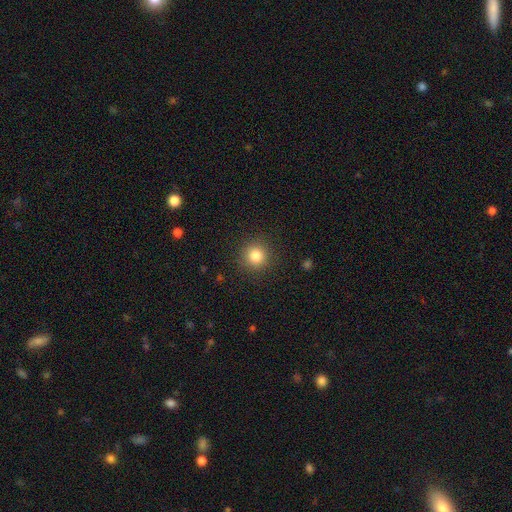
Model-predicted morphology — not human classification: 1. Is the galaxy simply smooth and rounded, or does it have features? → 82% smooth, 12% star or artifact, 6% featured or disk.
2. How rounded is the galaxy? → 94% round, 5% in between, 1% cigar-shaped.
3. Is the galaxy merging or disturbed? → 91% none, 6% minor disturbance, 2% major disturbance, 1% merger.